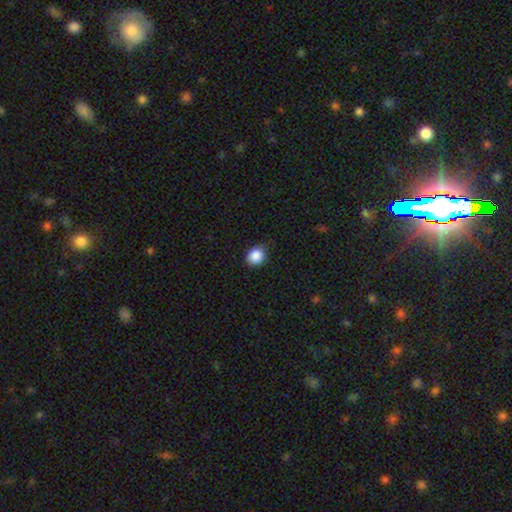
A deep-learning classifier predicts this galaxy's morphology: A smooth galaxy with no disk features (88%) that is round (66%).

Vote fractions:
- Smooth or featured? smooth: 88% / star or artifact: 9% / featured or disk: 3%
- How rounded? round: 66% / in between: 33% / cigar-shaped: 1%
- Merging? none: 78% / minor disturbance: 18% / major disturbance: 3% / merger: 1%